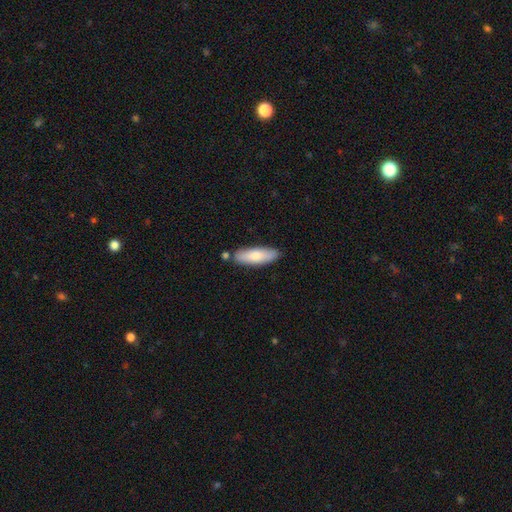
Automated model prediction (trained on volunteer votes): Smooth or featured? Predicted: smooth (p=0.76). How rounded? Predicted: in between (p=0.52). Merging? Predicted: none (p=0.81).